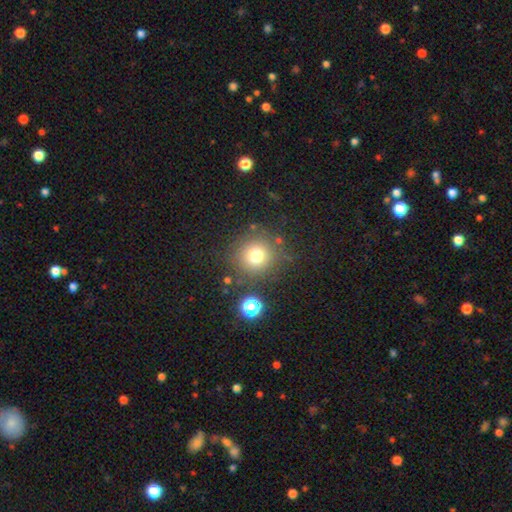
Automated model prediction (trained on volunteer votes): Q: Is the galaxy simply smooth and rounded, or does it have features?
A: smooth — 74%.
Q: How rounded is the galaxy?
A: round — 94%.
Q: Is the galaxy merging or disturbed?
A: none — 83%.